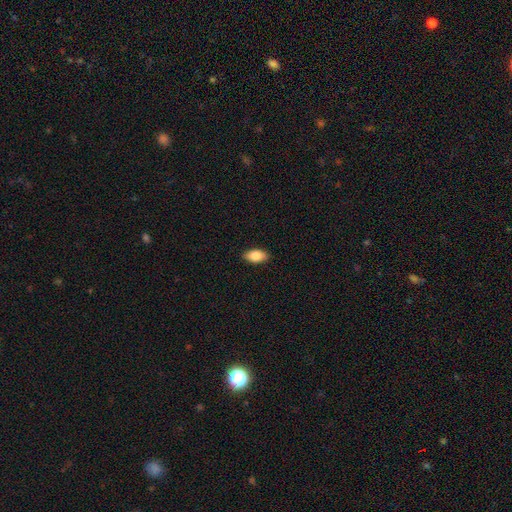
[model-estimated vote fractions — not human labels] Overall: smooth (84%). How rounded: in between (92%). Merging: none (90%).